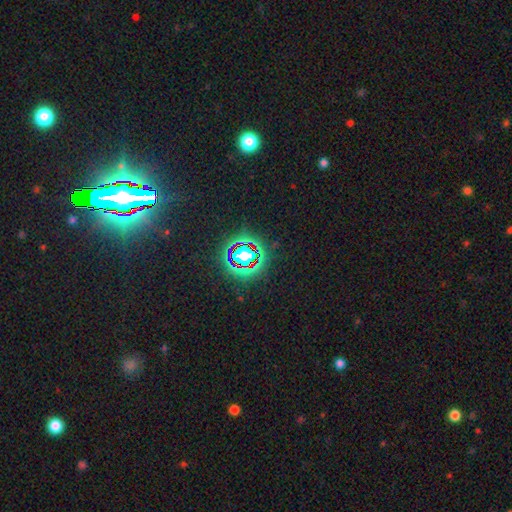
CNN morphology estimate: Smooth or featured: star or artifact — 83% (smooth — 9%)